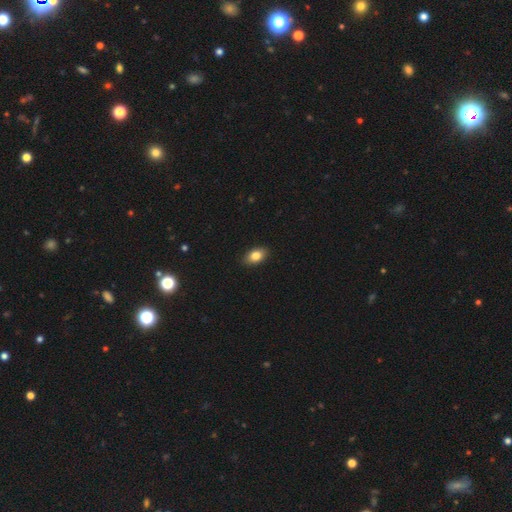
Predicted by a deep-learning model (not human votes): smooth-or-featured: smooth: 82% | featured or disk: 9% | star or artifact: 8%
  how-rounded: in between: 87% | round: 10% | cigar-shaped: 3%
  merging: none: 89% | minor disturbance: 9% | major disturbance: 2% | merger: 1%